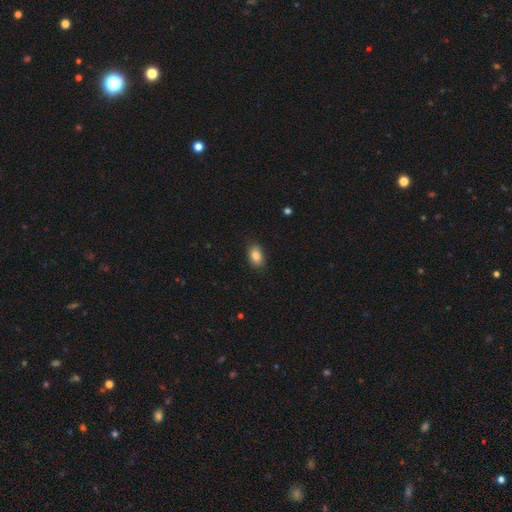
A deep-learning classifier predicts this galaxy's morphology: Q: Smooth or featured?
A: smooth (85%); runner-up: star or artifact (8%)
Q: How rounded?
A: in between (88%); runner-up: round (11%)
Q: Merging?
A: none (87%); runner-up: minor disturbance (9%)